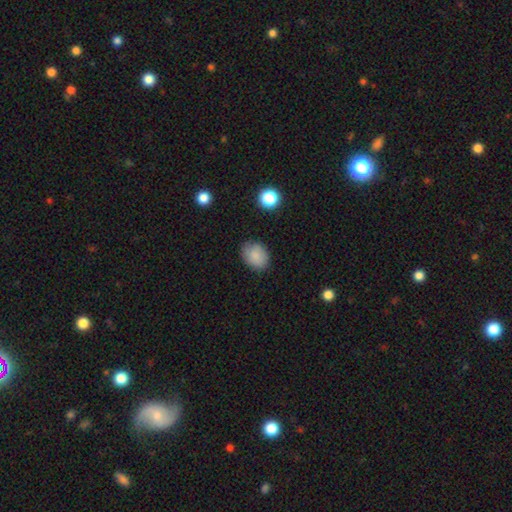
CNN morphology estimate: A smooth galaxy with no disk features (84%) that is in between round and cigar-shaped (64%).

Vote fractions:
- Smooth or featured? smooth: 84% / star or artifact: 8% / featured or disk: 7%
- How rounded? in between: 64% / round: 36% / cigar-shaped: 1%
- Merging? none: 82% / minor disturbance: 14% / major disturbance: 3% / merger: 1%